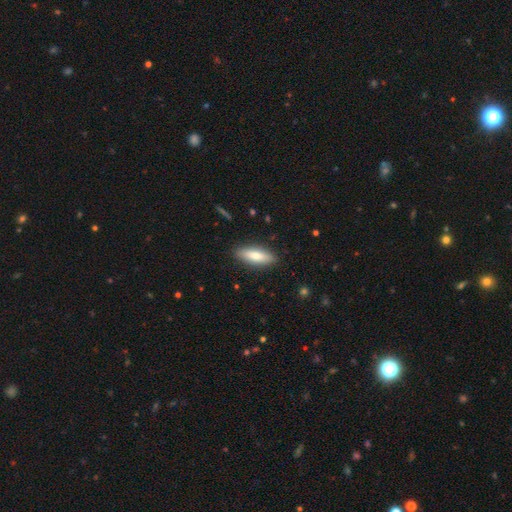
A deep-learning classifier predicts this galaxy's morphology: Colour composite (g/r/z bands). It shows a smooth galaxy with no disk features (73%) that is in between round and cigar-shaped (56%). Merging: none (88%).